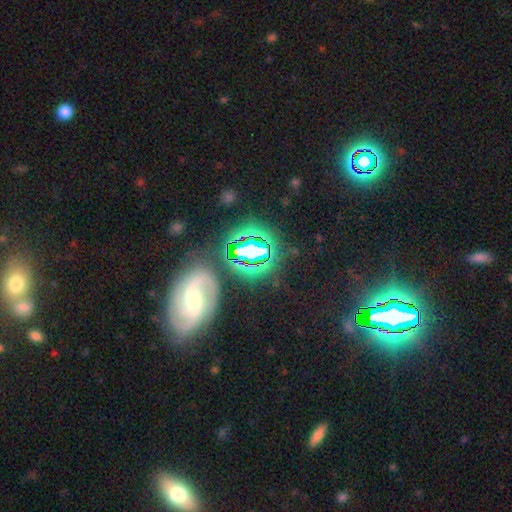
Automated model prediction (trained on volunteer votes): A featured or disk galaxy (42%).

Vote fractions:
- Smooth or featured? featured or disk: 42% / star or artifact: 37% / smooth: 20%
- Merging? none: 73% / minor disturbance: 13% / merger: 7% / major disturbance: 7%